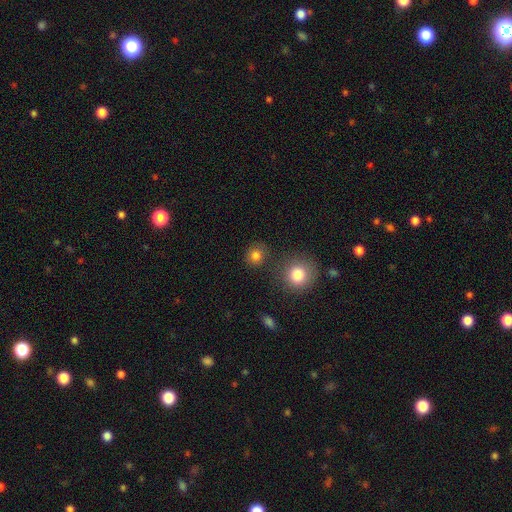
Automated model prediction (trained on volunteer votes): Q: Smooth or featured?
A: smooth (81%); runner-up: star or artifact (13%)
Q: How rounded?
A: round (87%); runner-up: in between (13%)
Q: Merging?
A: none (77%); runner-up: minor disturbance (10%)